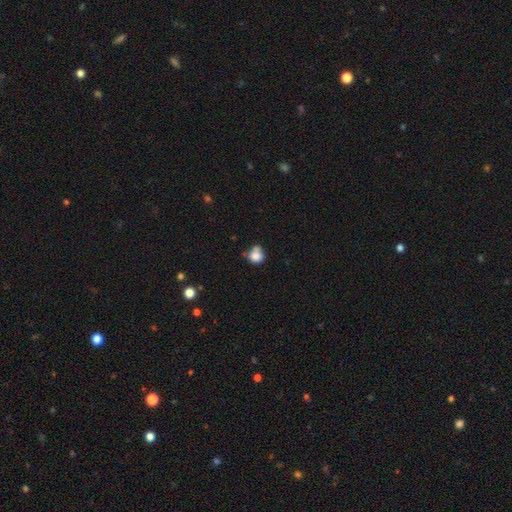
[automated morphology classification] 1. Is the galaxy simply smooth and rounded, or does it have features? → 79% smooth, 11% featured or disk, 11% star or artifact.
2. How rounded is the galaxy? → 76% round, 23% in between, 1% cigar-shaped.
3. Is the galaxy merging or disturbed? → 41% none, 25% minor disturbance, 24% merger, 10% major disturbance.